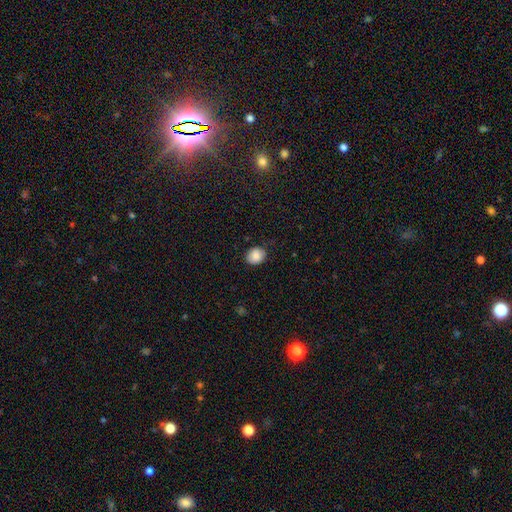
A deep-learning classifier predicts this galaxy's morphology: smooth-or-featured: smooth: 85% | star or artifact: 8% | featured or disk: 7%
  how-rounded: round: 57% | in between: 42% | cigar-shaped: 1%
  merging: none: 83% | minor disturbance: 13% | major disturbance: 3% | merger: 1%